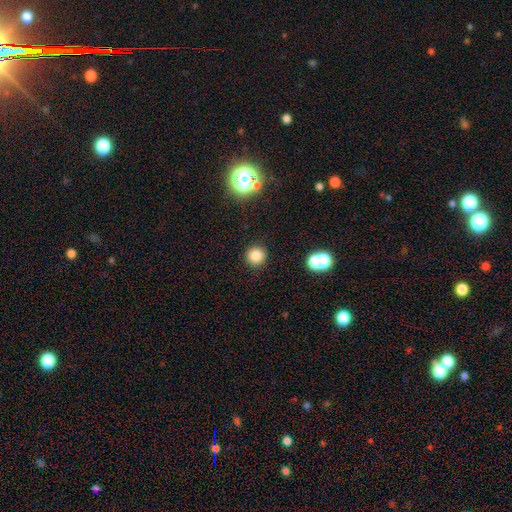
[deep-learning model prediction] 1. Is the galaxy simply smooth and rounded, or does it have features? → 81% smooth, 14% star or artifact, 5% featured or disk.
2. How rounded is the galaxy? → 93% round, 6% in between, 1% cigar-shaped.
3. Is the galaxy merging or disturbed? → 88% none, 6% minor disturbance, 3% merger, 2% major disturbance.